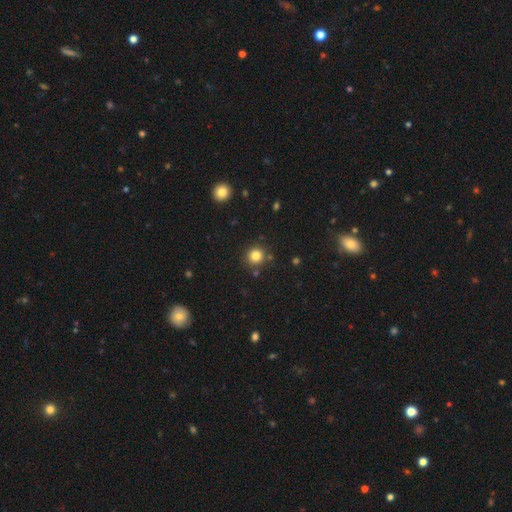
Smooth or featured? 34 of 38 (89%) said smooth. How rounded? 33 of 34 (97%) said round. Merging? 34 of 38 (89%) said none.